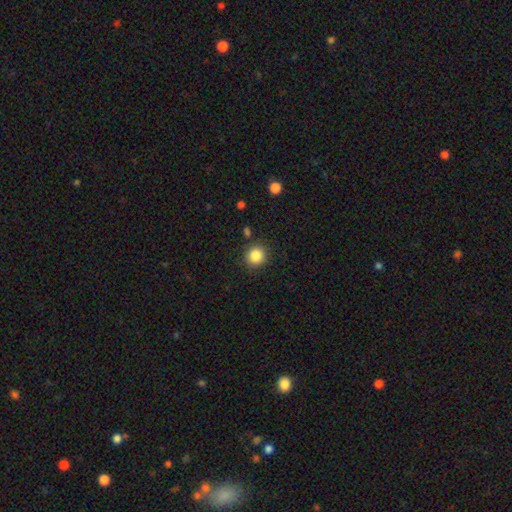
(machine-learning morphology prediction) type=smooth (86%); roundness=round (90%); merging=none (87%).